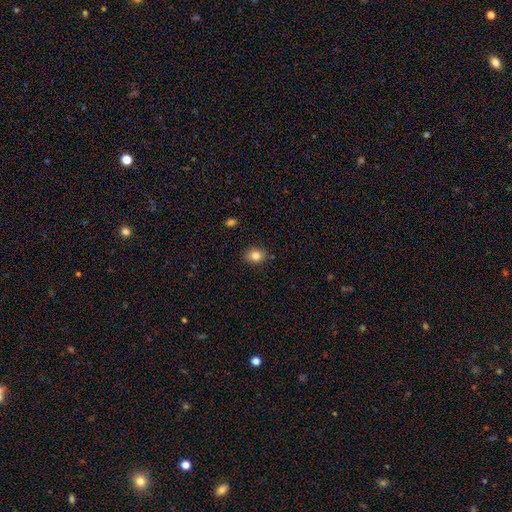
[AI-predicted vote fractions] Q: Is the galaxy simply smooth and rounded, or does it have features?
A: smooth — 83%.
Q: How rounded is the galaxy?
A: round — 56%.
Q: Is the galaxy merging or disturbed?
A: none — 83%.